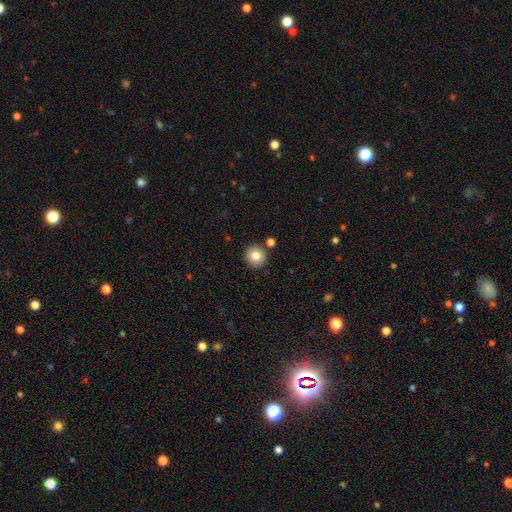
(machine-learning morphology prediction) A smooth galaxy with no disk features (82%) that is round (94%). Merging: none (86%).